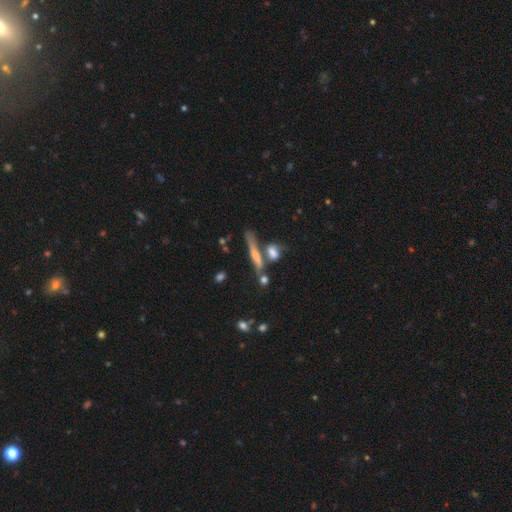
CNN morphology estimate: smooth-or-featured: smooth: 47% | featured or disk: 43% | star or artifact: 11%
  merging: none: 49% | merger: 26% | minor disturbance: 16% | major disturbance: 9%